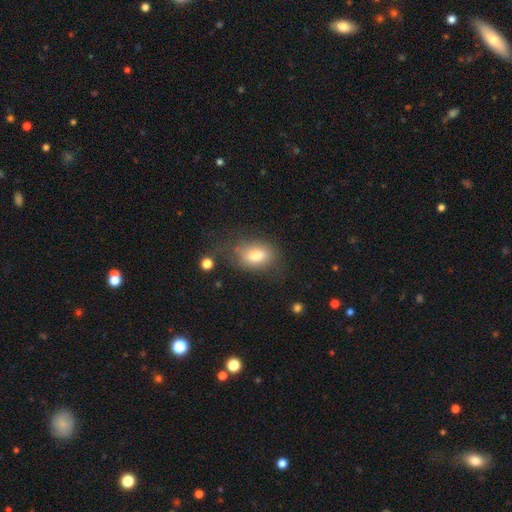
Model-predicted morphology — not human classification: Smooth or featured?
  - smooth: 77% *
  - featured or disk: 14%
  - star or artifact: 9%
How rounded?
  - in between: 81% *
  - round: 17%
  - cigar-shaped: 2%
Merging?
  - none: 62% *
  - minor disturbance: 23%
  - major disturbance: 11%
  - merger: 4%